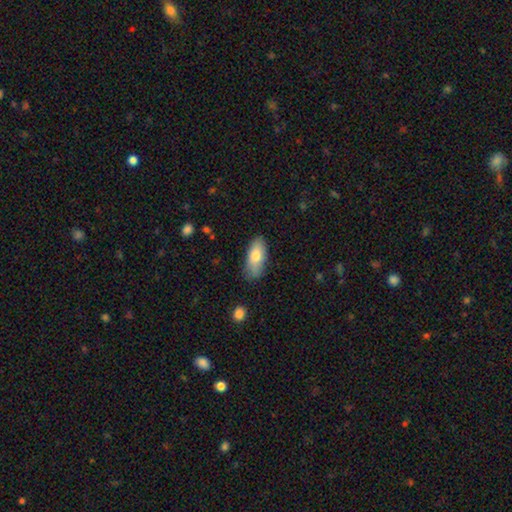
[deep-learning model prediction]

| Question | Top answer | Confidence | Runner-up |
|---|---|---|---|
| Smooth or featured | smooth | 77% | featured or disk (17%) |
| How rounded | in between | 83% | cigar-shaped (15%) |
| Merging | none | 75% | minor disturbance (19%) |